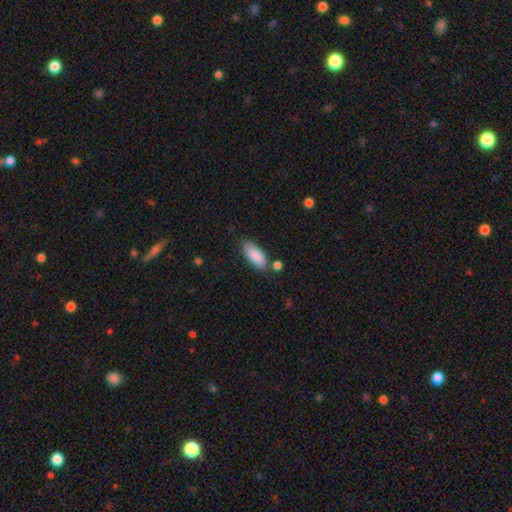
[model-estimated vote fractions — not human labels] The model was most divided on "merging": none: 72%, minor disturbance: 17%, merger: 7%, major disturbance: 4%. More confident: smooth or featured — smooth (88%); how rounded — in between (81%).